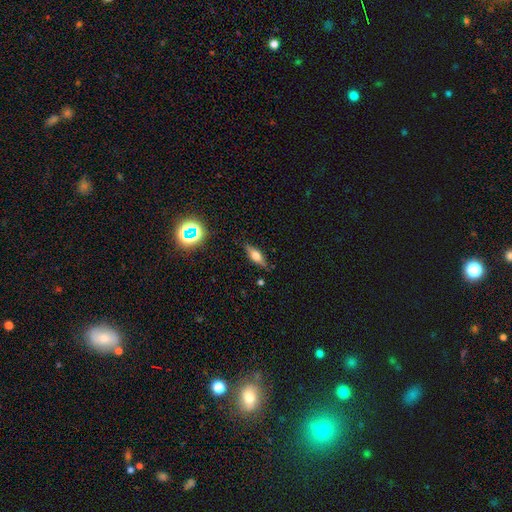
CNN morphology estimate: This is possibly a featured or disk galaxy (54%). It is clearly viewed edge-on (92%). Merging: clearly none (84%).